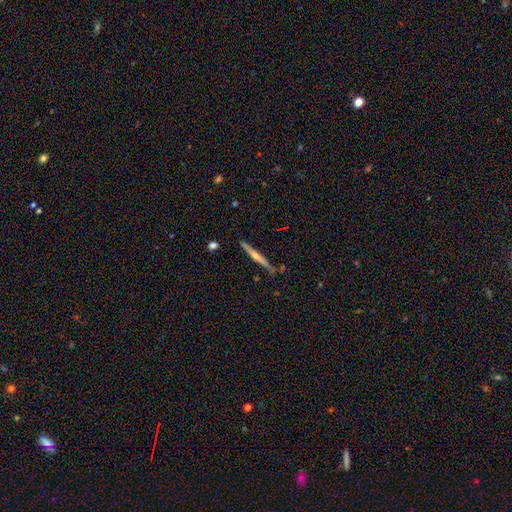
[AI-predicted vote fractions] This appears to be a featured or disk galaxy (68%) viewed edge-on (98%) with a rounded central bulge (70%). Merging: none (87%).